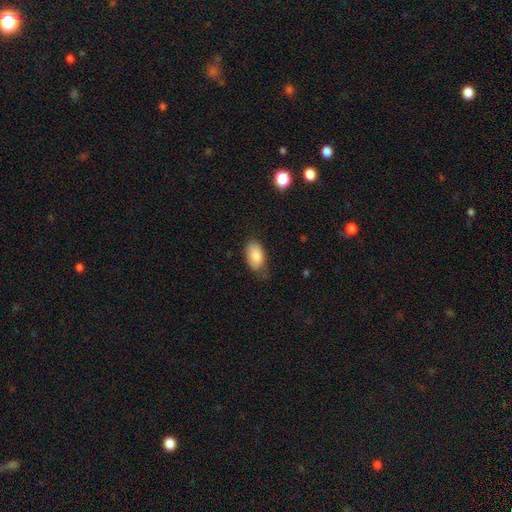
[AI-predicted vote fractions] Smooth or featured?
  - smooth: 82% *
  - featured or disk: 10%
  - star or artifact: 7%
How rounded?
  - in between: 93% *
  - round: 5%
  - cigar-shaped: 2%
Merging?
  - none: 63% *
  - minor disturbance: 29%
  - major disturbance: 7%
  - merger: 1%